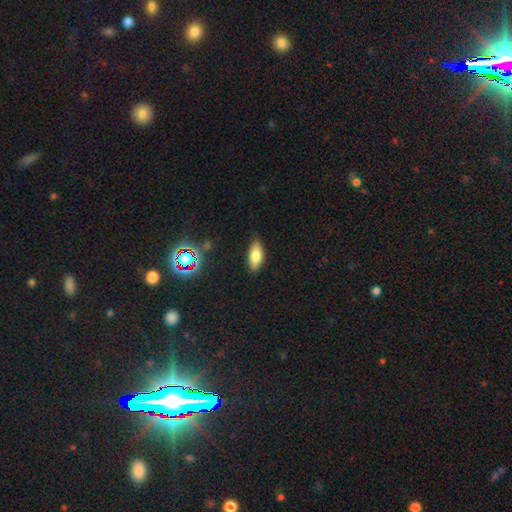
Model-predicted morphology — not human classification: Smooth or featured? Predicted: smooth (p=0.75). How rounded? Predicted: in between (p=0.78). Merging? Predicted: none (p=0.84).